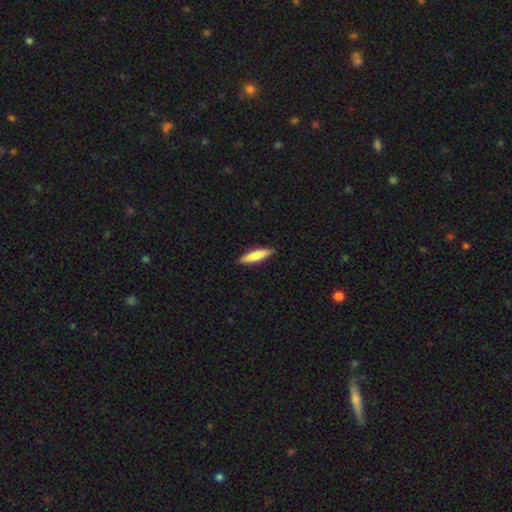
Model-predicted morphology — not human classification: smooth 74%, featured or disk 21%, star or artifact 5%. Down the decision tree: how rounded — cigar-shaped (78%); merging — none (89%).